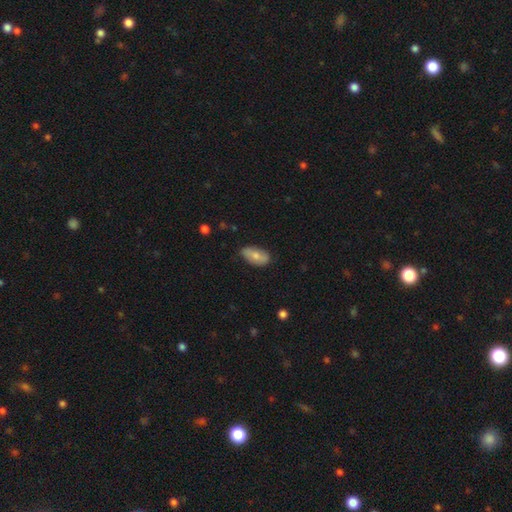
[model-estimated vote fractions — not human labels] smooth-or-featured: smooth: 68% | featured or disk: 26% | star or artifact: 6%
  how-rounded: in between: 93% | round: 4% | cigar-shaped: 3%
  merging: none: 75% | minor disturbance: 21% | major disturbance: 3% | merger: 1%